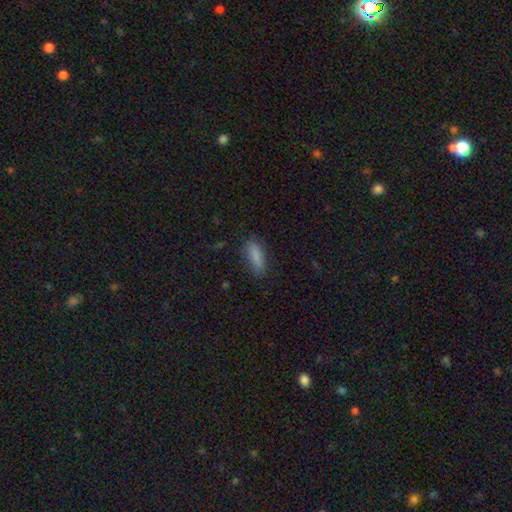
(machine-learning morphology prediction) smooth-or-featured: smooth: 85% | star or artifact: 8% | featured or disk: 6%
  how-rounded: in between: 66% | cigar-shaped: 32% | round: 2%
  merging: none: 77% | minor disturbance: 17% | major disturbance: 4% | merger: 1%